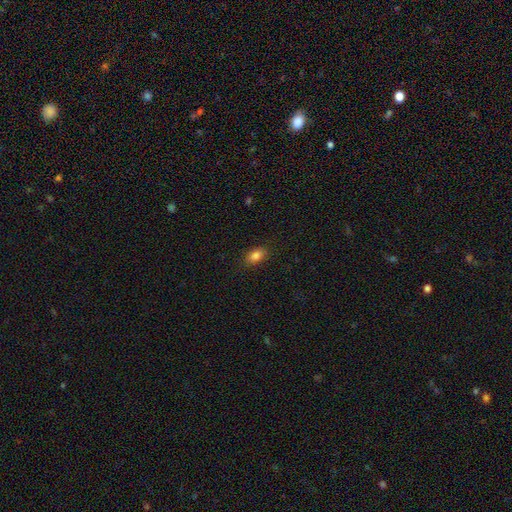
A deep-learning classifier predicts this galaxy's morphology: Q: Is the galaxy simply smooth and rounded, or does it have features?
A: smooth — 85%.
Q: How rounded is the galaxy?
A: in between — 86%.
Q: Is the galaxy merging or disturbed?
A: none — 86%.